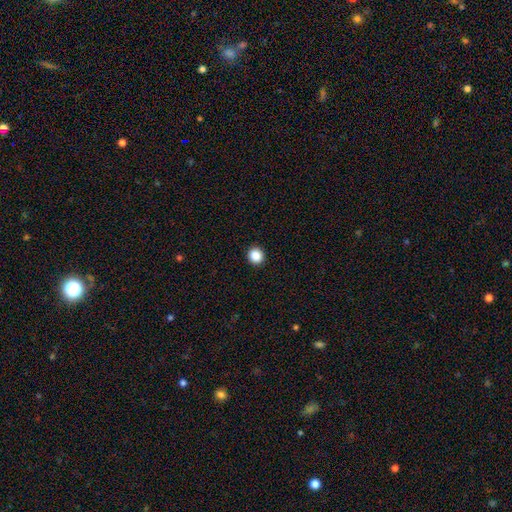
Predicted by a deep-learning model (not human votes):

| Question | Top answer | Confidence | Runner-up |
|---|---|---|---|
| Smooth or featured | smooth | 88% | star or artifact (10%) |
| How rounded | round | 92% | in between (7%) |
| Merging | none | 93% | minor disturbance (4%) |